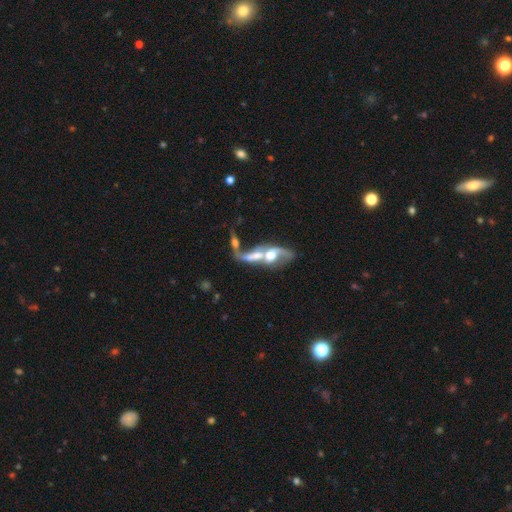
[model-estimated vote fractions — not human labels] Smooth or featured? featured or disk (68%)
Edge-on disk? no (87%)
Bar? no (63%)
Spiral arms? yes (68%)
Bulge size? moderate (44%)
Merging? merger (70%)